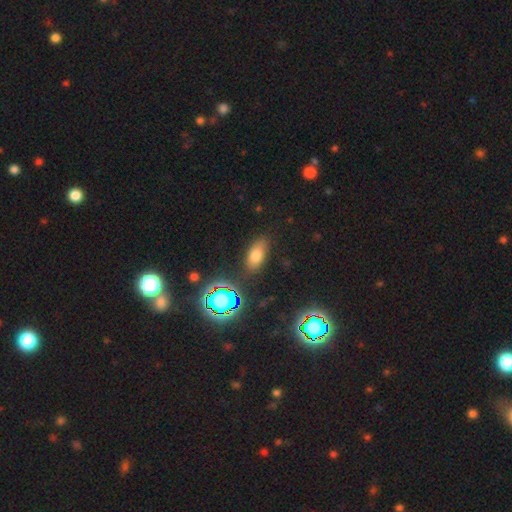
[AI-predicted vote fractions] smooth 69%, star or artifact 20%, featured or disk 11%. Down the decision tree: how rounded — in between (85%); merging — none (81%).